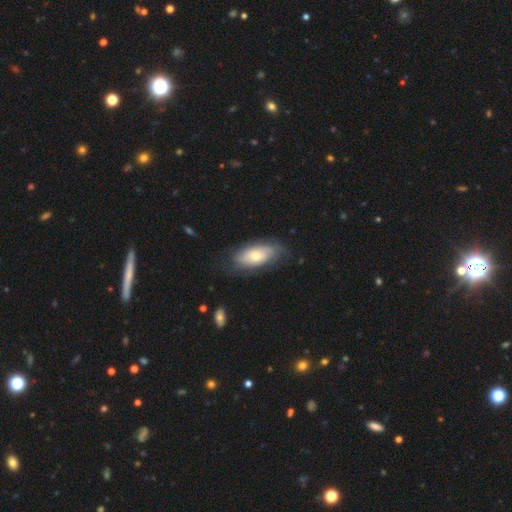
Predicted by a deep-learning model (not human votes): Smooth or featured? Predicted: smooth (p=0.50). Merging? Predicted: none (p=0.66).